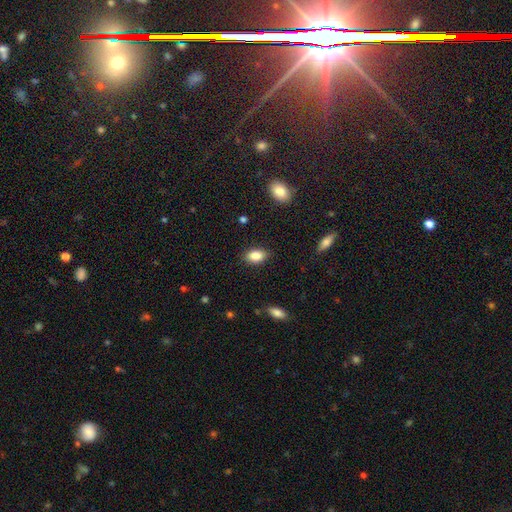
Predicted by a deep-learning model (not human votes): Q: Smooth or featured?
A: smooth (86%); runner-up: star or artifact (8%)
Q: How rounded?
A: in between (87%); runner-up: round (11%)
Q: Merging?
A: none (87%); runner-up: minor disturbance (9%)